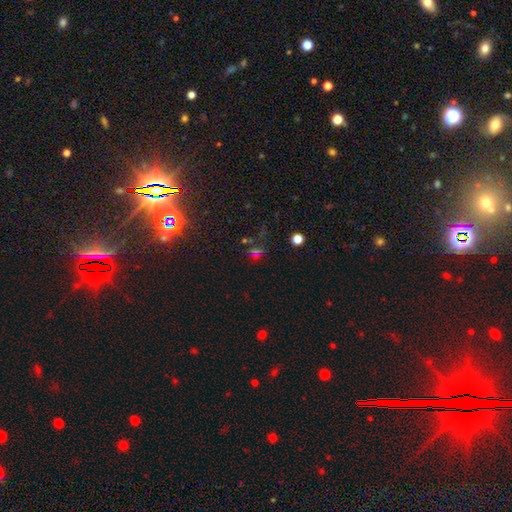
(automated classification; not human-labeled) Smooth or featured? star or artifact (60%)